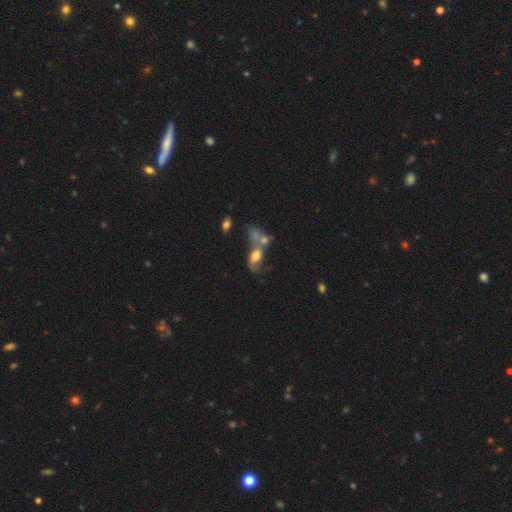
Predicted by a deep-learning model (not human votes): smooth-or-featured: smooth: 52% | featured or disk: 36% | star or artifact: 12%
  how-rounded: in between: 75% | round: 19% | cigar-shaped: 6%
  merging: merger: 58% | none: 17% | major disturbance: 16% | minor disturbance: 10%